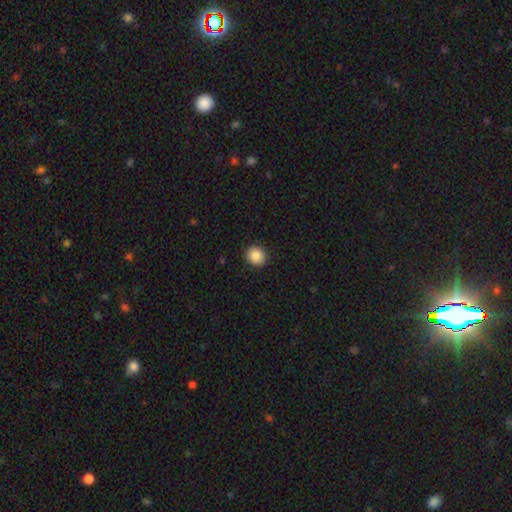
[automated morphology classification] type=smooth (87%); roundness=round (87%); merging=none (92%).